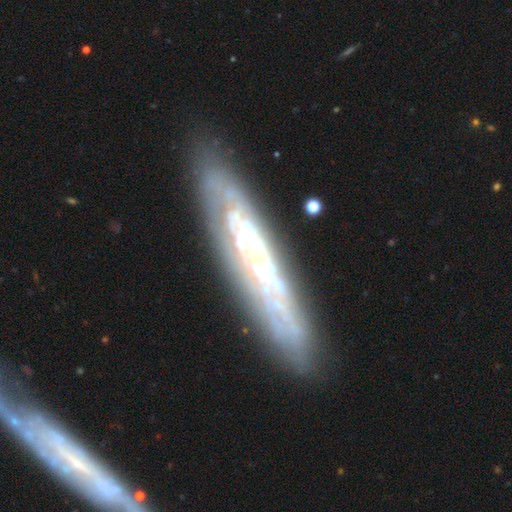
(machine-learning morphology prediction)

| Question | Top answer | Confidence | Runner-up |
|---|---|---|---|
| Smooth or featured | featured or disk | 75% | smooth (18%) |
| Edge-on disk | no | 52% | yes (48%) |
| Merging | none | 77% | minor disturbance (15%) |